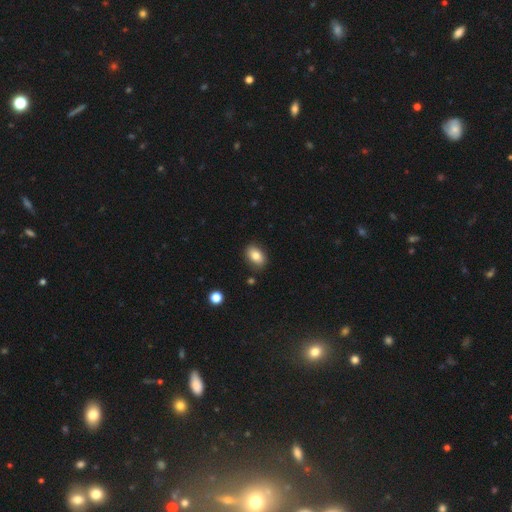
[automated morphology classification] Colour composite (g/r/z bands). It shows a smooth galaxy with no disk features (82%) that is in between round and cigar-shaped (85%). Merging: none (85%).